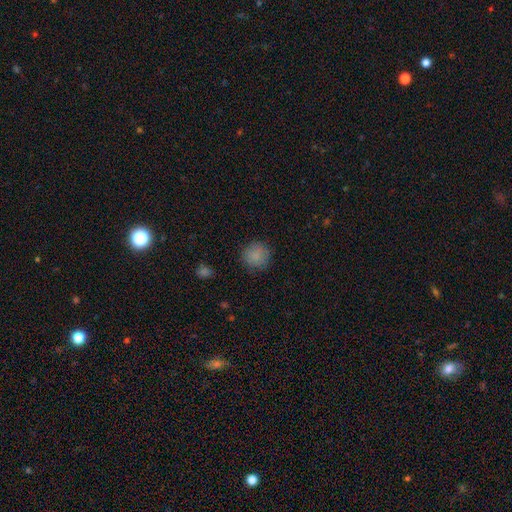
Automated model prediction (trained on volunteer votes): Smooth or featured? smooth (86%)
How rounded? round (92%)
Merging? none (86%)